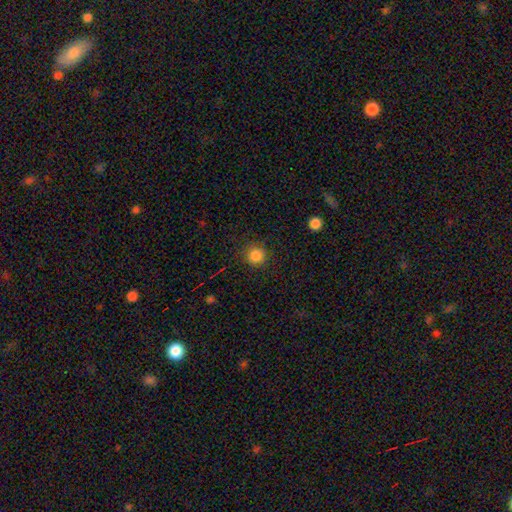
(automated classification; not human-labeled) Smooth or featured? smooth (85%)
How rounded? round (94%)
Merging? none (88%)